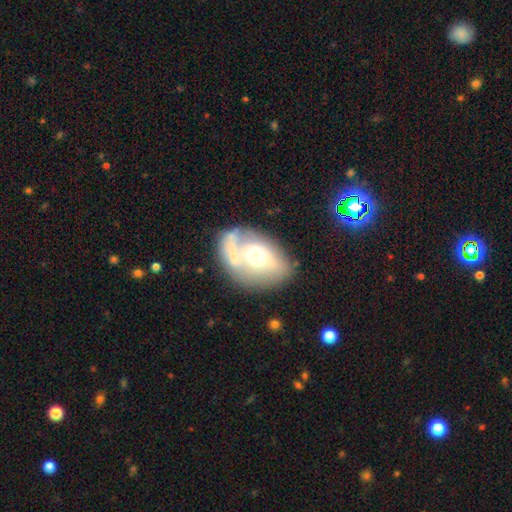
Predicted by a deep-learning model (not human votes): This is possibly a featured or disk galaxy (60%). It is clearly not viewed edge-on (95%). Bar: likely no (69%). Spiral arm pattern: possibly yes (58%). Central bulge: likely moderate (66%). Merging: possibly none (45%).